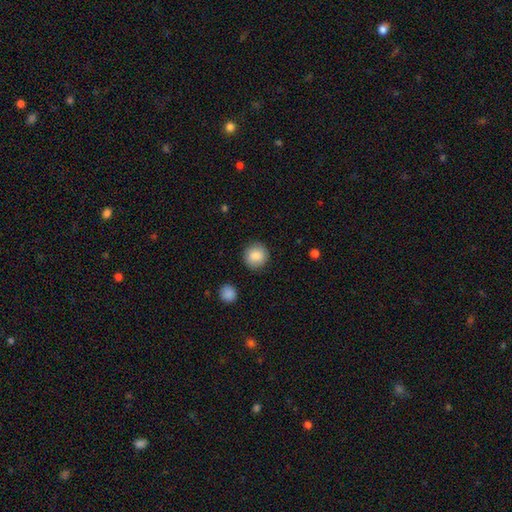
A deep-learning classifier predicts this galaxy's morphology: Q: Smooth or featured?
A: smooth (87%); runner-up: star or artifact (8%)
Q: How rounded?
A: round (94%); runner-up: in between (5%)
Q: Merging?
A: none (90%); runner-up: minor disturbance (7%)